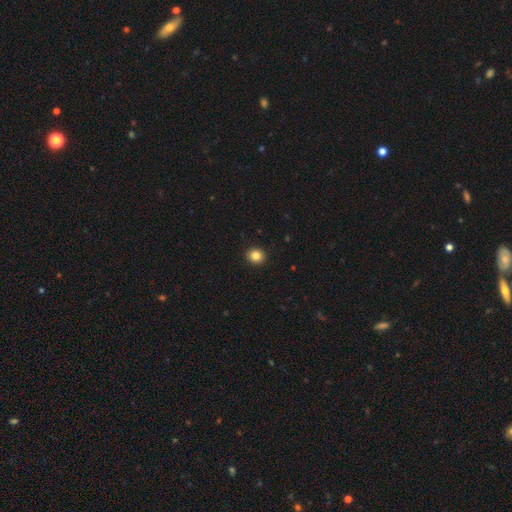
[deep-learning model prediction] A smooth galaxy with no disk features (84%) that is round (80%).

Vote fractions:
- Smooth or featured? smooth: 84% / star or artifact: 11% / featured or disk: 5%
- How rounded? round: 80% / in between: 19% / cigar-shaped: 1%
- Merging? none: 93% / minor disturbance: 5% / major disturbance: 1% / merger: 1%